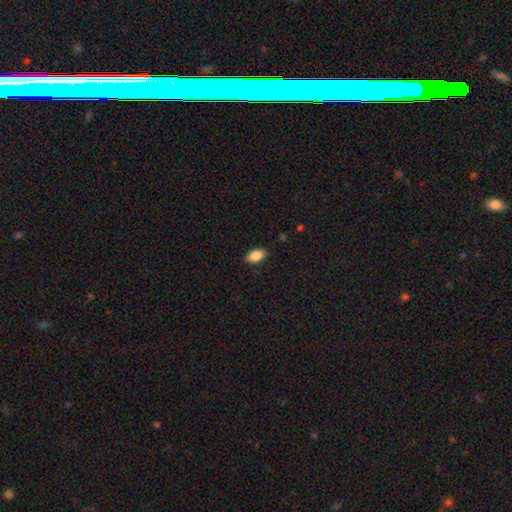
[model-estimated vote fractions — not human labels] A smooth galaxy with no disk features (88%) that is in between round and cigar-shaped (93%).

Vote fractions:
- Smooth or featured? smooth: 88% / star or artifact: 7% / featured or disk: 5%
- How rounded? in between: 93% / round: 4% / cigar-shaped: 3%
- Merging? none: 88% / minor disturbance: 9% / major disturbance: 2% / merger: 1%